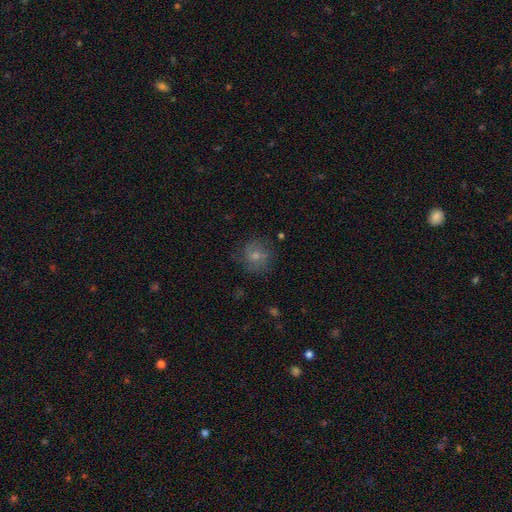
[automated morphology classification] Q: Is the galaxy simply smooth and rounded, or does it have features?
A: smooth — 65%.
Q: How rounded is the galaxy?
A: round — 83%.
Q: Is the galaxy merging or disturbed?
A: none — 69%.